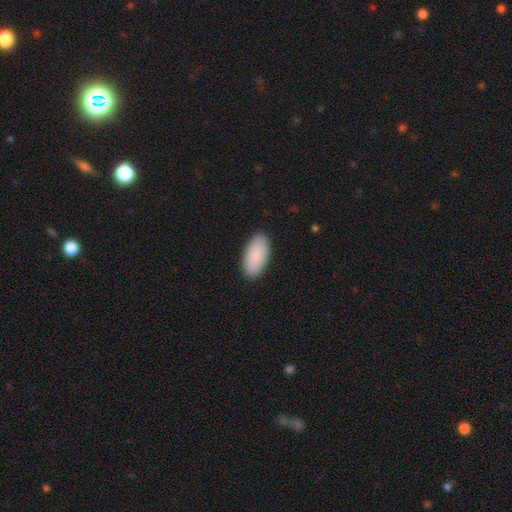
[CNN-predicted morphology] smooth-or-featured: smooth: 89% | star or artifact: 6% | featured or disk: 6%
  how-rounded: in between: 94% | cigar-shaped: 4% | round: 2%
  merging: none: 89% | minor disturbance: 8% | major disturbance: 2% | merger: 1%